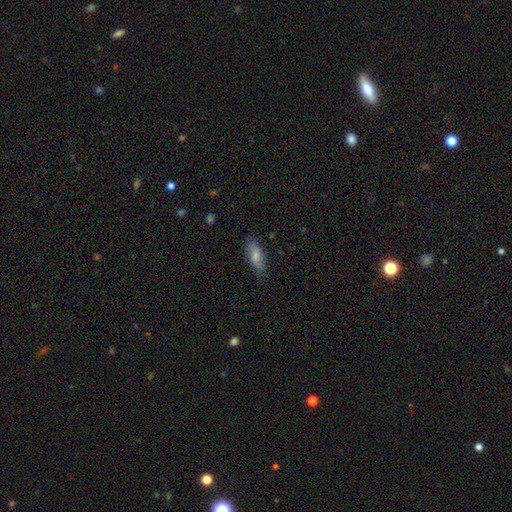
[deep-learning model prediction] A smooth galaxy with no disk features (73%) that is in between round and cigar-shaped (80%).

Vote fractions:
- Smooth or featured? smooth: 73% / featured or disk: 21% / star or artifact: 6%
- How rounded? in between: 80% / cigar-shaped: 18% / round: 2%
- Merging? none: 75% / minor disturbance: 19% / major disturbance: 4% / merger: 1%